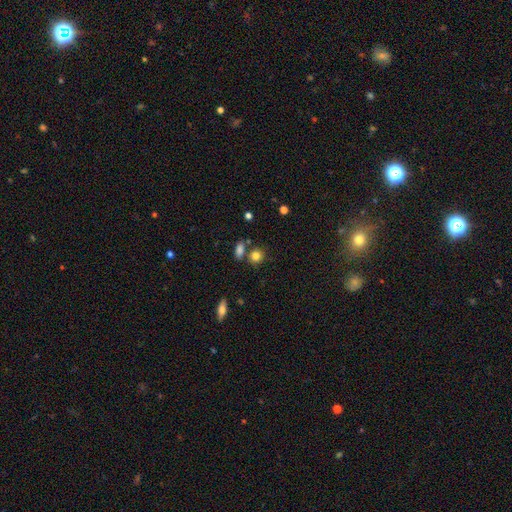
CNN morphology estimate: Overall: smooth (83%). How rounded: round (71%). Merging: none (68%).